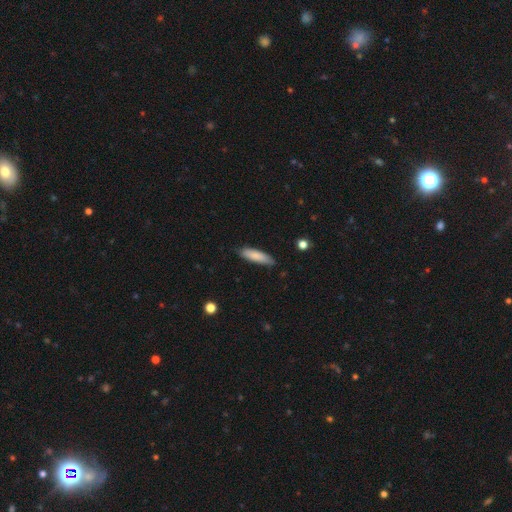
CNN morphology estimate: smooth 84%, featured or disk 10%, star or artifact 6%. Down the decision tree: how rounded — cigar-shaped (66%); merging — none (82%).